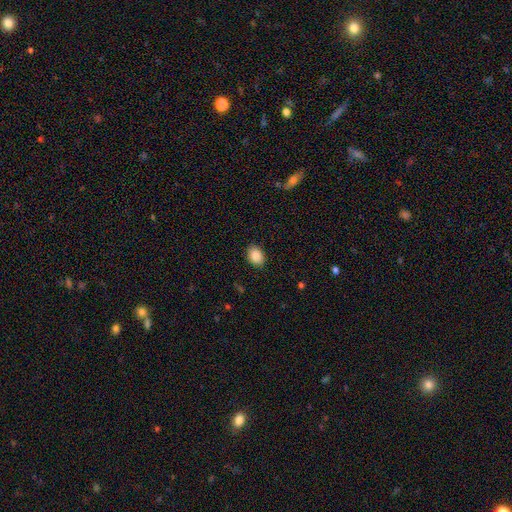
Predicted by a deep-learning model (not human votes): This appears to be a smooth galaxy with no disk features (88%) that is in between round and cigar-shaped (73%). Merging: none (88%).